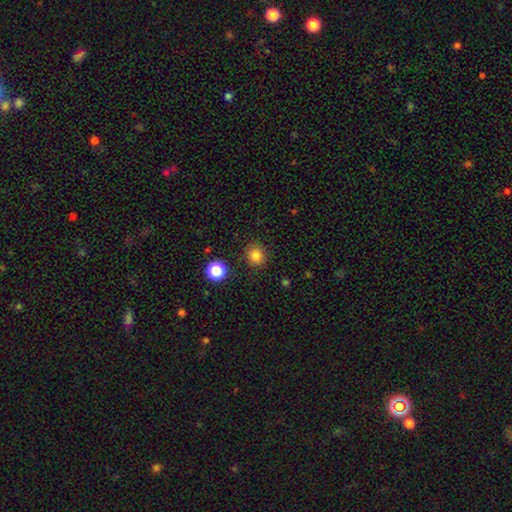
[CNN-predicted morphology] A smooth galaxy with no disk features (83%) that is round (91%).

Vote fractions:
- Smooth or featured? smooth: 83% / star or artifact: 13% / featured or disk: 5%
- How rounded? round: 91% / in between: 9% / cigar-shaped: 1%
- Merging? none: 89% / minor disturbance: 7% / major disturbance: 2% / merger: 2%